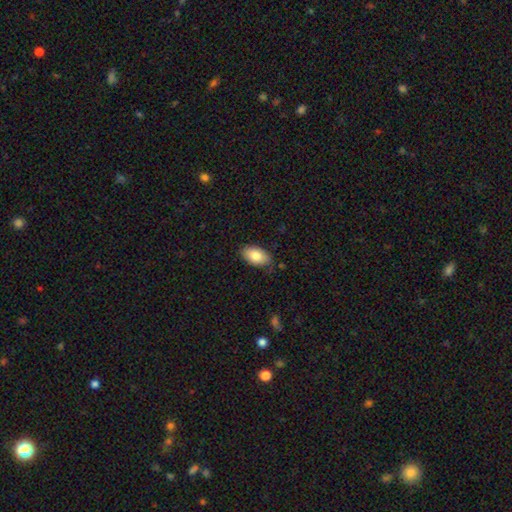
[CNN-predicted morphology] Smooth or featured? Predicted: smooth (p=0.83). How rounded? Predicted: in between (p=0.93). Merging? Predicted: none (p=0.80).